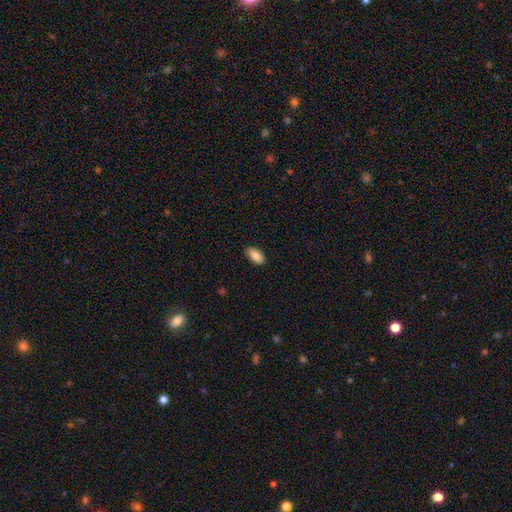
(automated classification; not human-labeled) This appears to be a smooth galaxy with no disk features (84%) that is in between round and cigar-shaped (92%). Merging: none (85%).